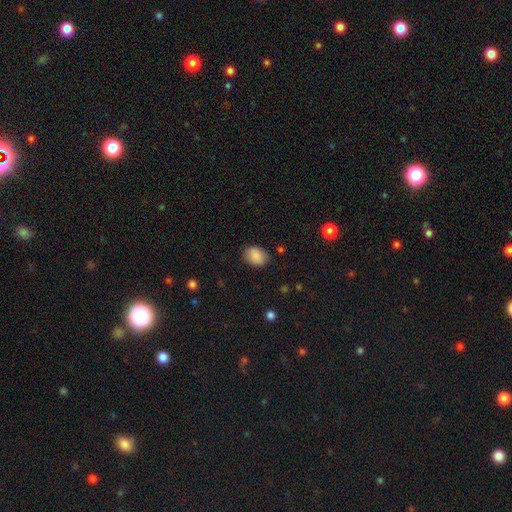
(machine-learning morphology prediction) Smooth or featured? Predicted: smooth (p=0.87). How rounded? Predicted: in between (p=0.64). Merging? Predicted: none (p=0.82).